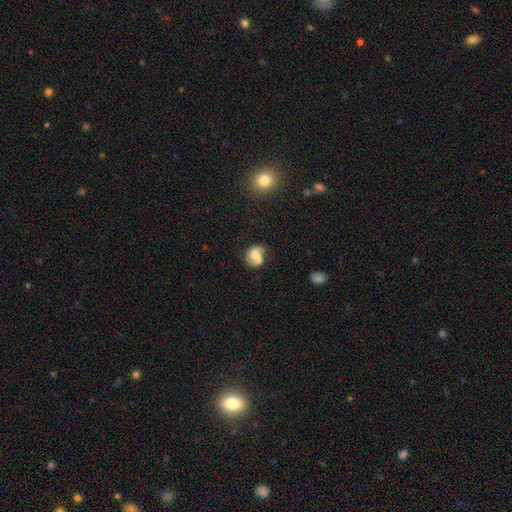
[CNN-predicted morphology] Q: Smooth or featured?
A: featured or disk (52%); runner-up: smooth (39%)
Q: Edge-on disk?
A: no (97%); runner-up: yes (3%)
Q: Bar?
A: weak (41%); tied with: no (41%)
Q: Spiral arms?
A: yes (82%); runner-up: no (18%)
Q: Bulge size?
A: moderate (46%); runner-up: small (25%)
Q: Merging?
A: none (54%); runner-up: minor disturbance (25%)